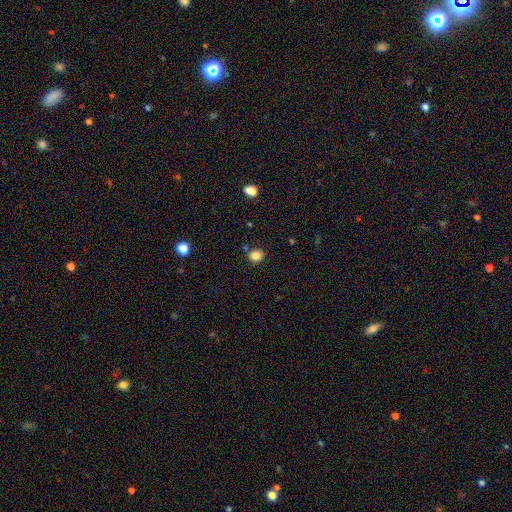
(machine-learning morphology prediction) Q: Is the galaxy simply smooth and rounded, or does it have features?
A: smooth — 84%.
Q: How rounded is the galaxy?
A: round — 78%.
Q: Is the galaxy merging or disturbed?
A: none — 81%.